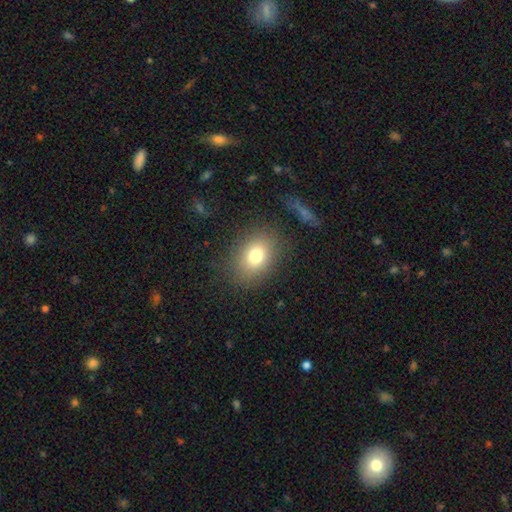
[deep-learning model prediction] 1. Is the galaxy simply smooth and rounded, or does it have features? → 77% smooth, 12% featured or disk, 12% star or artifact.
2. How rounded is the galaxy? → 62% in between, 37% round, 1% cigar-shaped.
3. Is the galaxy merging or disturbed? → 82% none, 11% minor disturbance, 5% major disturbance, 2% merger.